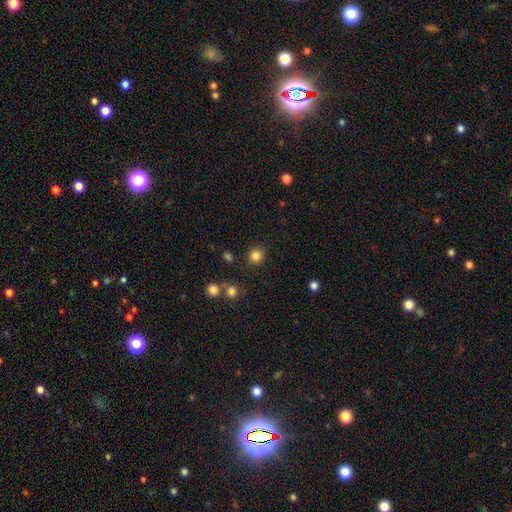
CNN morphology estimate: Smooth or featured: smooth — 84% (star or artifact — 13%)
How rounded: round — 86% (in between — 13%)
Merging: none — 87% (minor disturbance — 7%)